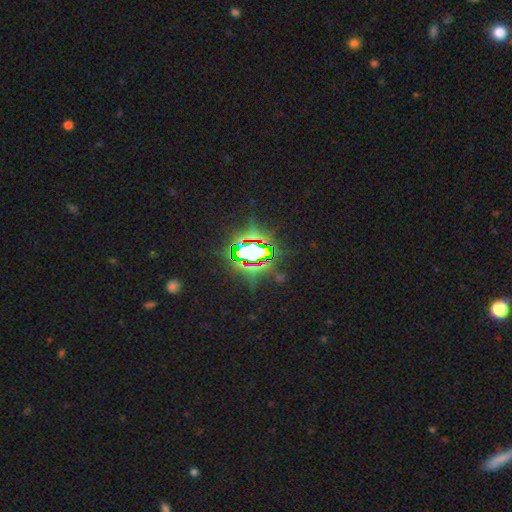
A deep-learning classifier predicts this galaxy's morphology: This appears to be a star or artifact, not a galaxy (82%).